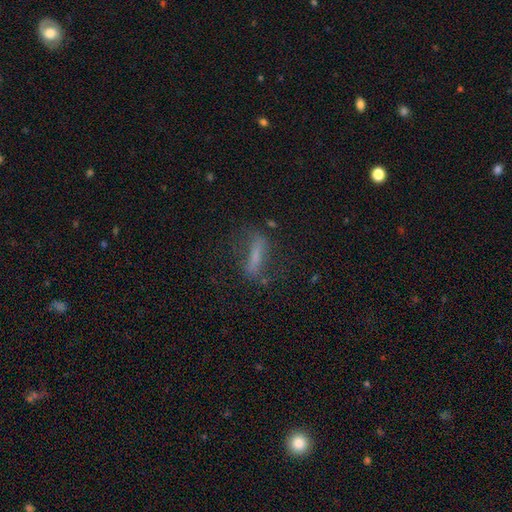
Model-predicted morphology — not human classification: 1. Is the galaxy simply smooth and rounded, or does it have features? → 44% smooth, 41% featured or disk, 15% star or artifact.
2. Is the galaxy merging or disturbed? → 64% none, 19% minor disturbance, 15% major disturbance, 3% merger.